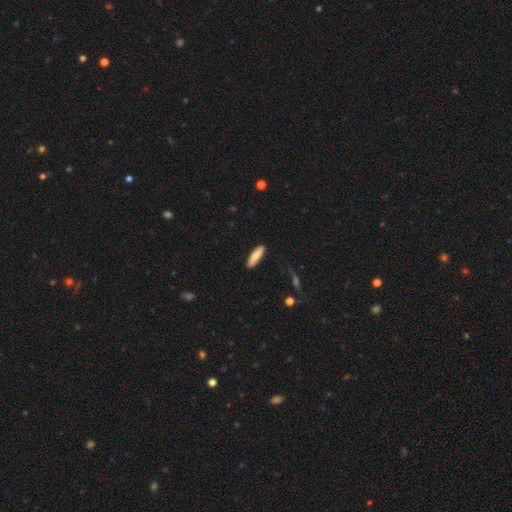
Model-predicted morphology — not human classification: smooth-or-featured: smooth: 78% | featured or disk: 16% | star or artifact: 6%
  how-rounded: cigar-shaped: 64% | in between: 34% | round: 2%
  merging: none: 87% | minor disturbance: 10% | major disturbance: 2% | merger: 1%